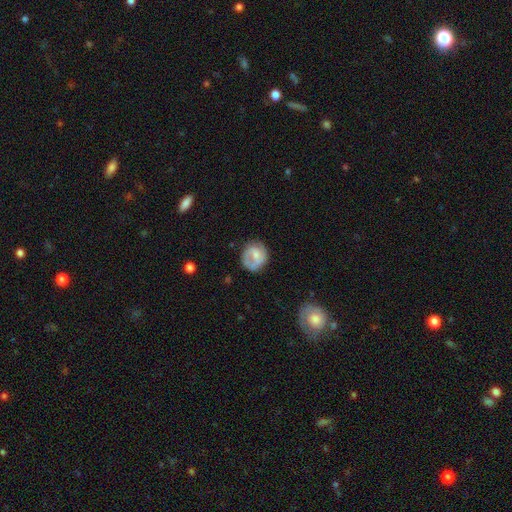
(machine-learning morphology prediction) Smooth or featured?
  - featured or disk: 46% * (tied)
  - smooth: 46% * (tied)
  - star or artifact: 7%
Merging?
  - none: 60% *
  - minor disturbance: 25%
  - major disturbance: 13%
  - merger: 2%